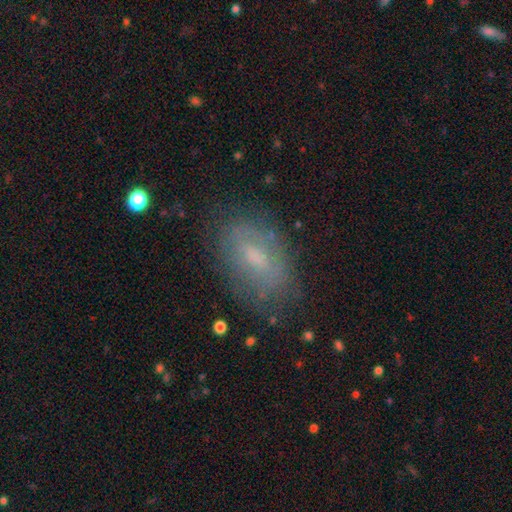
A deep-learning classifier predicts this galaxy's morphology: This appears to be a smooth galaxy with no disk features (50%) that is in between round and cigar-shaped (90%). Merging: none (70%).